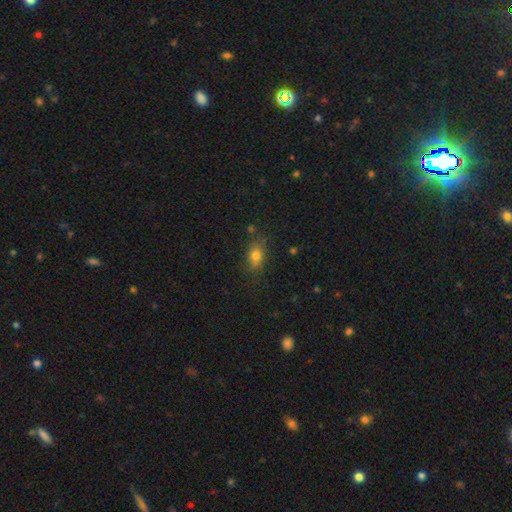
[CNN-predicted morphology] smooth_or_featured: smooth (p=0.77) [alt: star or artifact p=0.13]
how_rounded: in between (p=0.69) [alt: round p=0.27]
merging: none (p=0.68) [alt: minor disturbance p=0.20]